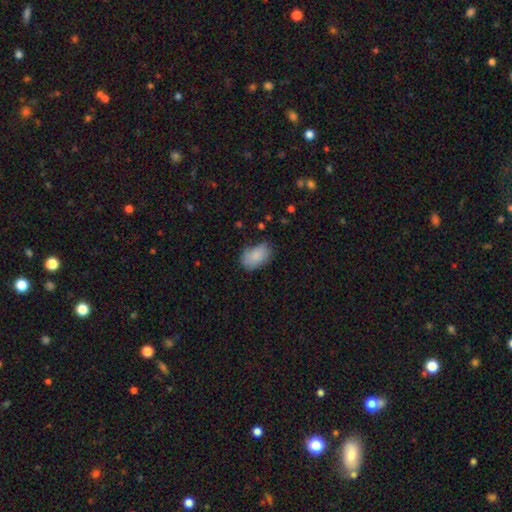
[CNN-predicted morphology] A smooth galaxy with no disk features (83%) that is in between round and cigar-shaped (89%). Merging: none (57%).